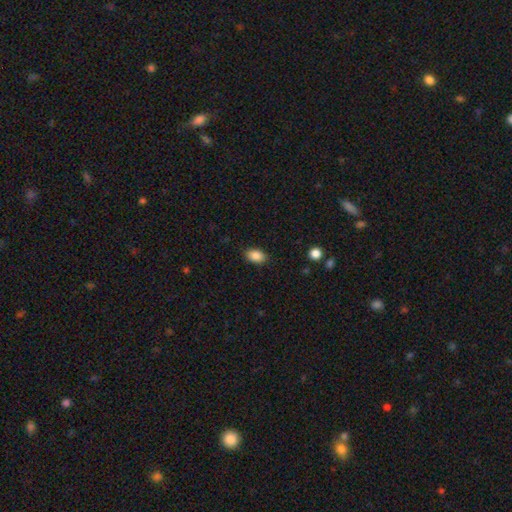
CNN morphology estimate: Smooth or featured? Predicted: smooth (p=0.87). How rounded? Predicted: in between (p=0.89). Merging? Predicted: none (p=0.87).